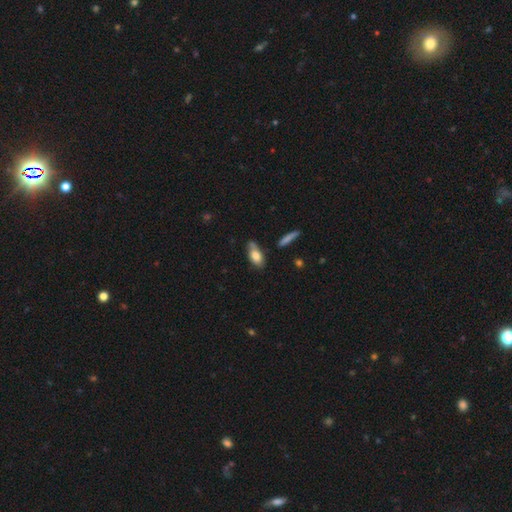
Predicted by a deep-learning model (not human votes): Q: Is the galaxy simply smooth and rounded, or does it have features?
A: smooth — 77%.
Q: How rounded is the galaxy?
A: in between — 86%.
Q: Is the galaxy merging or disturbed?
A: none — 58%.